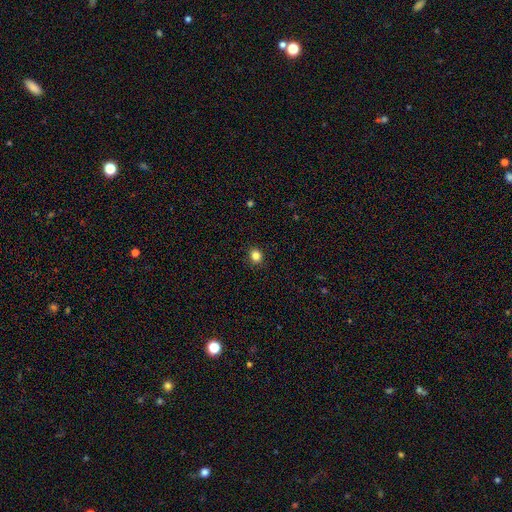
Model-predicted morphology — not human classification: Smooth or featured?
  - smooth: 83% *
  - star or artifact: 12%
  - featured or disk: 5%
How rounded?
  - round: 77% *
  - in between: 22%
  - cigar-shaped: 1%
Merging?
  - none: 91% *
  - minor disturbance: 7%
  - major disturbance: 2%
  - merger: 1%